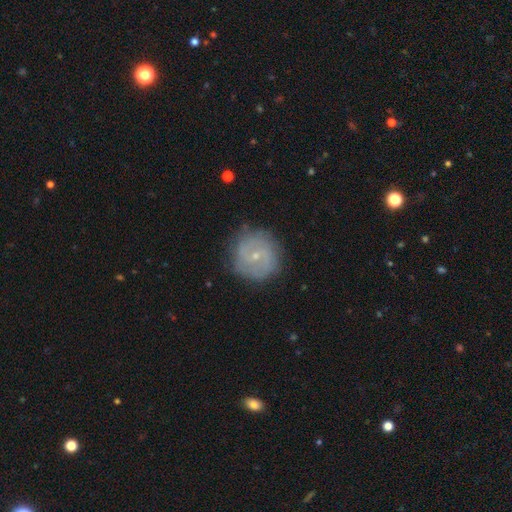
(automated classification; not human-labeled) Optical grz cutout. It shows a featured or disk galaxy (63%) with no bar (50%), spiral arms (74%) and a small central bulge (77%). Merging: none (80%).